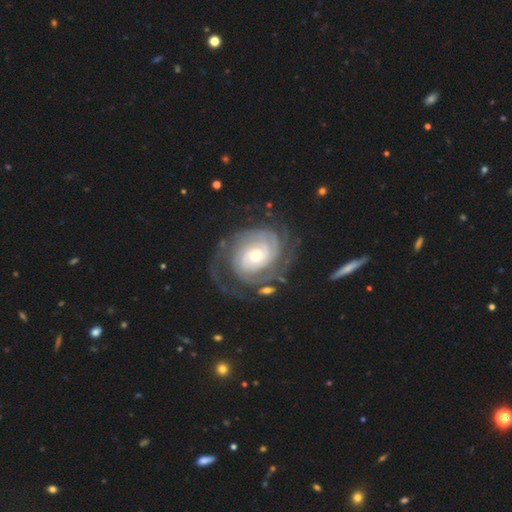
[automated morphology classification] smooth_or_featured: featured or disk (p=0.90) [alt: smooth p=0.06]
disk_edge_on: no (p=0.97) [alt: yes p=0.03]
bar: no (p=0.69) [alt: weak p=0.23]
has_spiral_arms: yes (p=0.97) [alt: no p=0.03]
spiral_winding: tight (p=0.77) [alt: medium p=0.19]
spiral_arm_count: 2 (p=0.37) [alt: can't tell p=0.25]
bulge_size: moderate (p=0.55) [alt: small p=0.33]
merging: none (p=0.68) [alt: minor disturbance p=0.16]